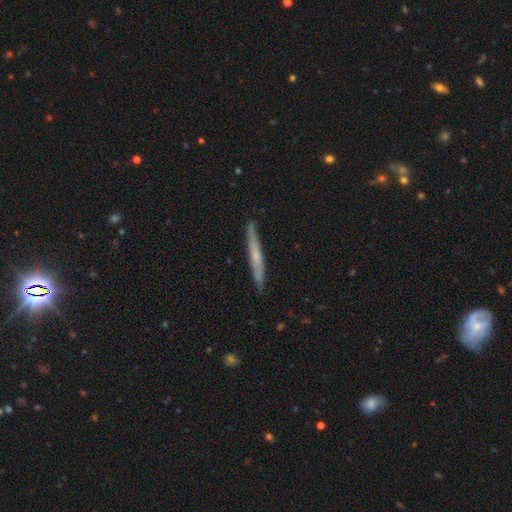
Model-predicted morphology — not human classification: This appears to be a smooth galaxy with no disk features (49%). Merging: none (89%).